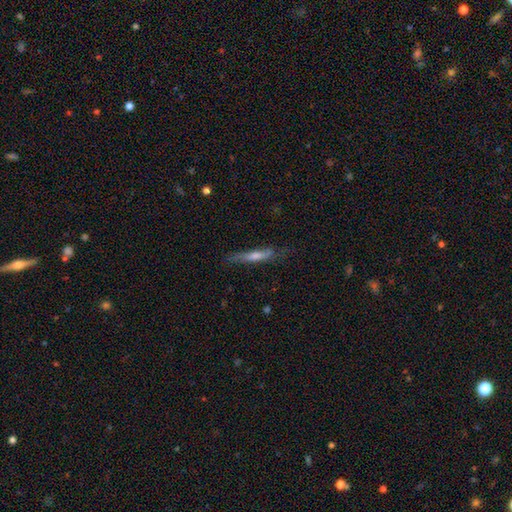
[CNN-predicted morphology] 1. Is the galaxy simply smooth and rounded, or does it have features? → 60% featured or disk, 29% smooth, 11% star or artifact.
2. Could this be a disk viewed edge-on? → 92% yes, 8% no.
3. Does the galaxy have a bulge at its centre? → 73% rounded, 19% none, 7% boxy.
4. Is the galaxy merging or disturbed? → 83% none, 12% minor disturbance, 3% major disturbance, 1% merger.